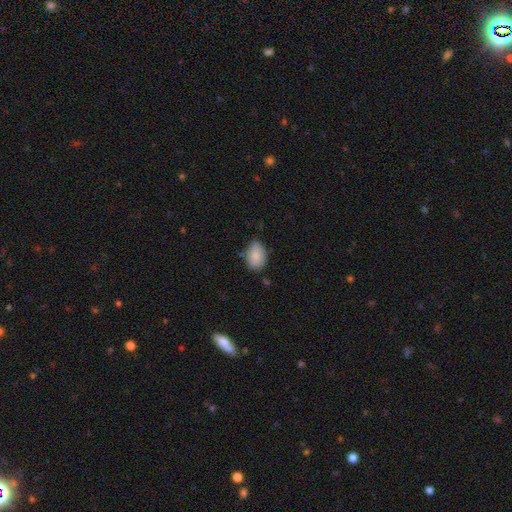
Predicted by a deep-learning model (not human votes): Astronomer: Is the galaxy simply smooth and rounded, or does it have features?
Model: smooth — 87%.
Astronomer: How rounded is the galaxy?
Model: in between — 88%.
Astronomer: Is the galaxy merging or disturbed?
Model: none — 68%.